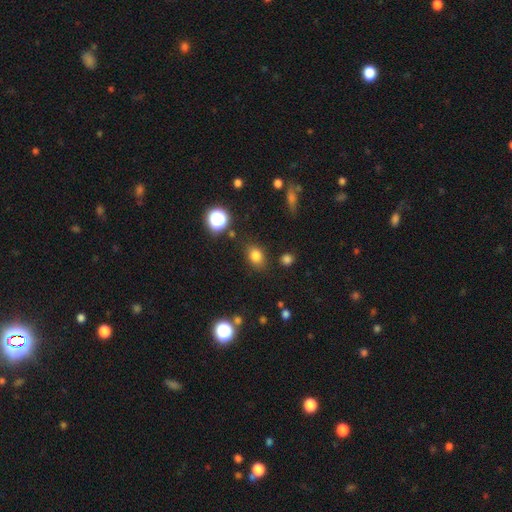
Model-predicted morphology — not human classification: Overall: smooth (79%). How rounded: in between (63%; round 36%). Merging: none (80%).